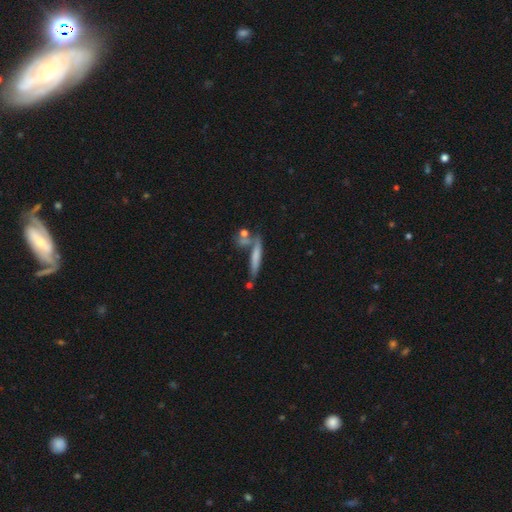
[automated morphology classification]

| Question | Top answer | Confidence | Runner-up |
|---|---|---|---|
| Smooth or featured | smooth | 61% | featured or disk (30%) |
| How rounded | cigar-shaped | 87% | in between (10%) |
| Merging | none | 59% | merger (19%) |